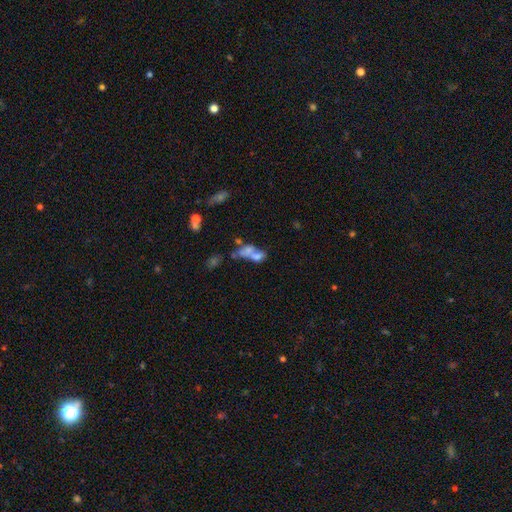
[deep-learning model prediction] Overall: smooth (54%; featured or disk 32%). How rounded: in between (76%). Merging: merger (62%).